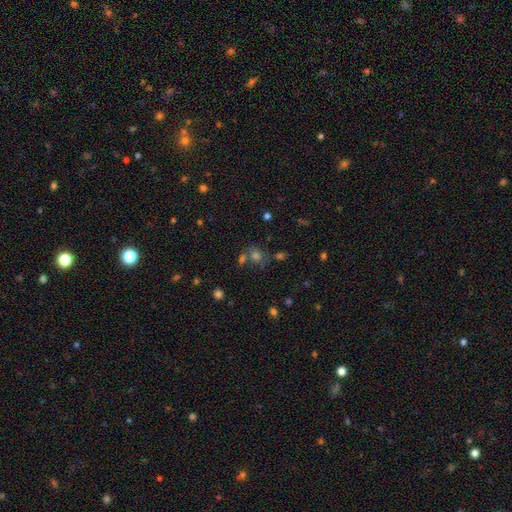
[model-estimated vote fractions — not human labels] Overall: smooth (56%; star or artifact 31%). How rounded: round (72%). Merging: none (59%; merger 23%).